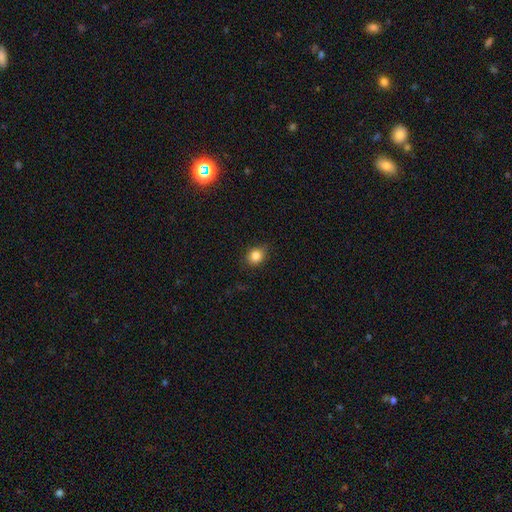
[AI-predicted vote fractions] Q: Smooth or featured?
A: smooth (84%); runner-up: star or artifact (10%)
Q: How rounded?
A: round (59%); runner-up: in between (40%)
Q: Merging?
A: none (82%); runner-up: minor disturbance (15%)